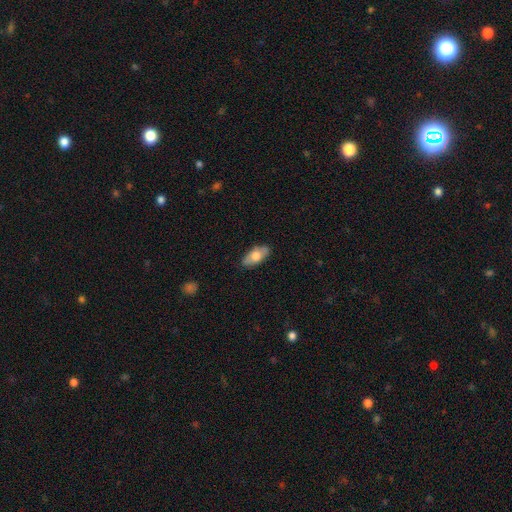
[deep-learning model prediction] Smooth or featured? Predicted: smooth (p=0.64). How rounded? Predicted: in between (p=0.89). Merging? Predicted: none (p=0.84).